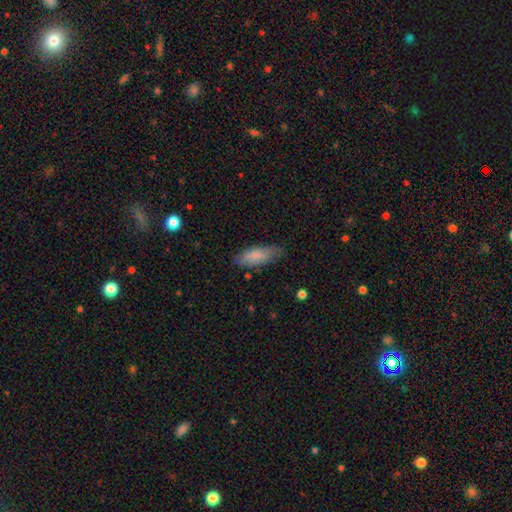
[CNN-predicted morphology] type=smooth (81%); roundness=in between (69%); merging=none (74%).